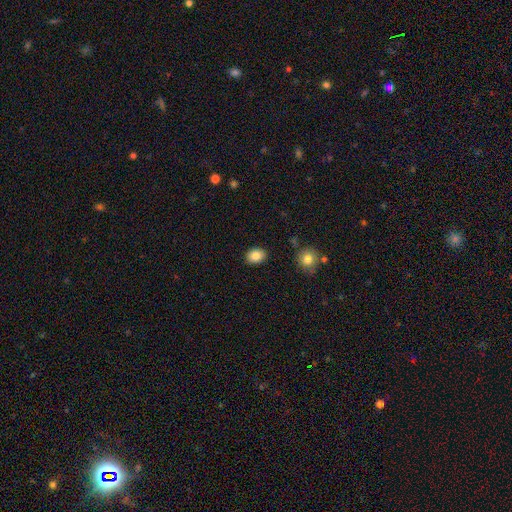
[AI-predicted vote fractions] Morphology: type=smooth (86%); roundness=in between (57%); merging=none (88%).